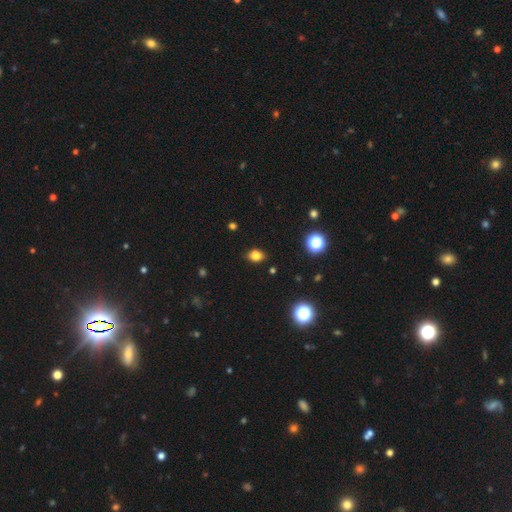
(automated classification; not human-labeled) Smooth or featured? smooth (81%)
How rounded? in between (66%)
Merging? none (85%)